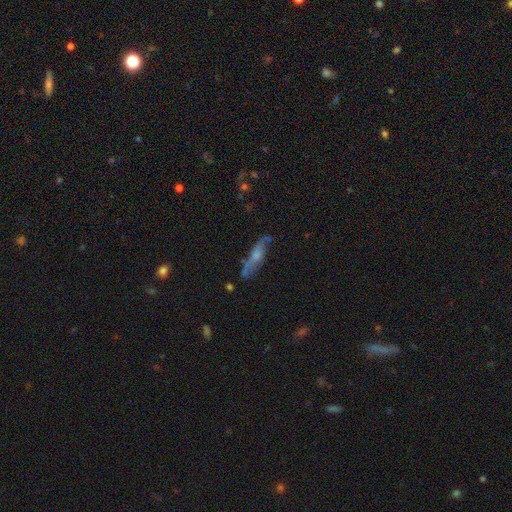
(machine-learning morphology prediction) smooth_or_featured: featured or disk (p=0.54) [alt: smooth p=0.36]
disk_edge_on: yes (p=0.63) [alt: no p=0.37]
merging: none (p=0.67) [alt: minor disturbance p=0.21]